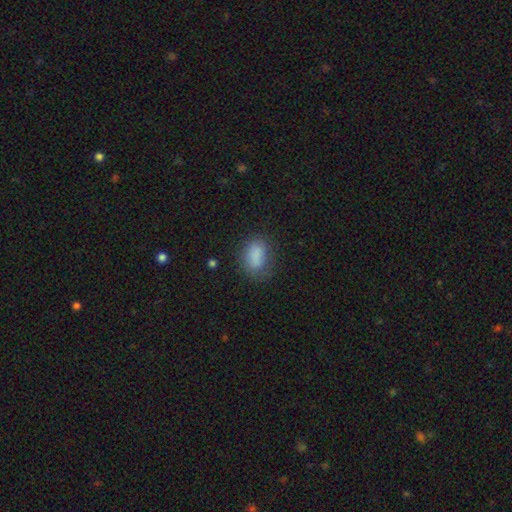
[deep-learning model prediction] smooth_or_featured: smooth (p=0.84) [alt: star or artifact p=0.10]
how_rounded: in between (p=0.84) [alt: round p=0.13]
merging: none (p=0.68) [alt: minor disturbance p=0.21]